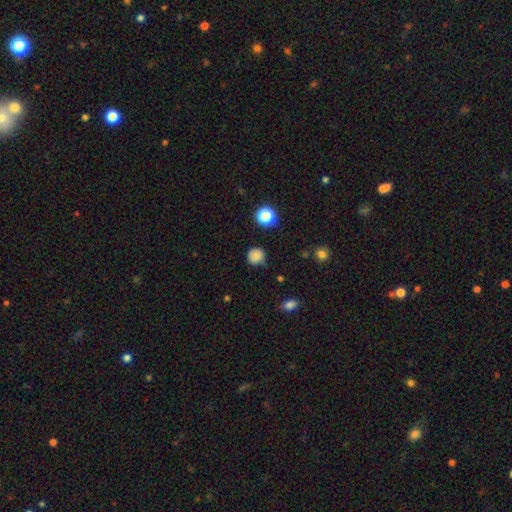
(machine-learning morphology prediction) The model was most divided on "merging": none: 78%, minor disturbance: 16%, major disturbance: 4%, merger: 2%. More confident: how rounded — round (89%); smooth or featured — smooth (83%).